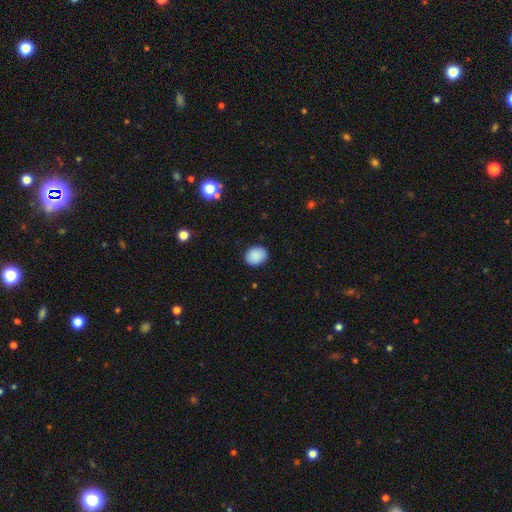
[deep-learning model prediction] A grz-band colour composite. It shows a smooth galaxy with no disk features (89%) that is round (51%). Merging: none (88%).